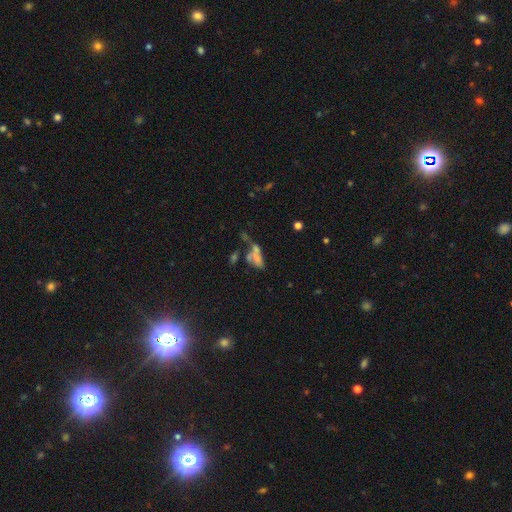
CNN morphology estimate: smooth_or_featured: smooth (p=0.50) [alt: featured or disk p=0.33]
merging: merger (p=0.46) [alt: none p=0.21]